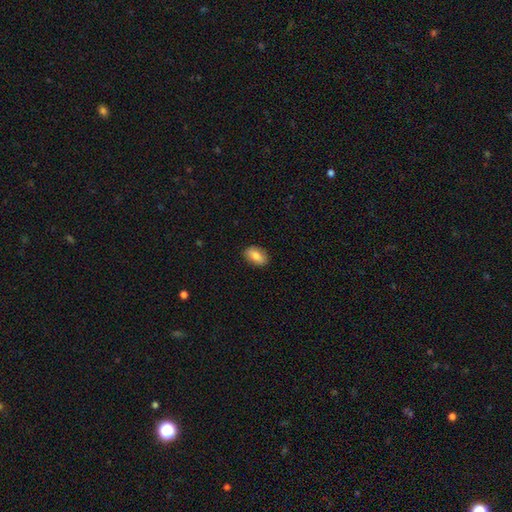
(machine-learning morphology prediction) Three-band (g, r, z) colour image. It shows a smooth galaxy with no disk features (79%) that is in between round and cigar-shaped (89%). Merging: none (87%).